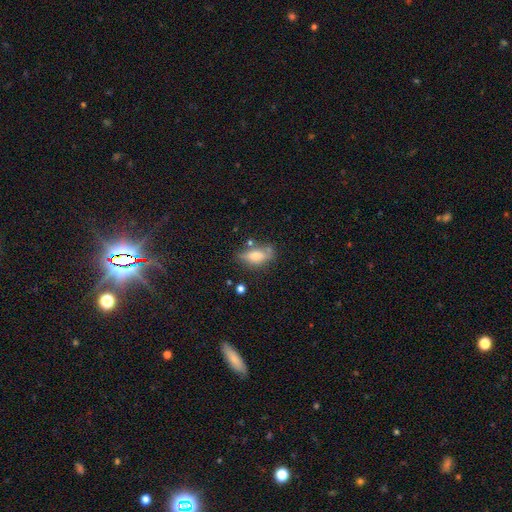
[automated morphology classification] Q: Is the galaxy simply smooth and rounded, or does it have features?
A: smooth — 62%.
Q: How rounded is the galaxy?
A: in between — 78%.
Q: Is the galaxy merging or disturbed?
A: none — 53%.